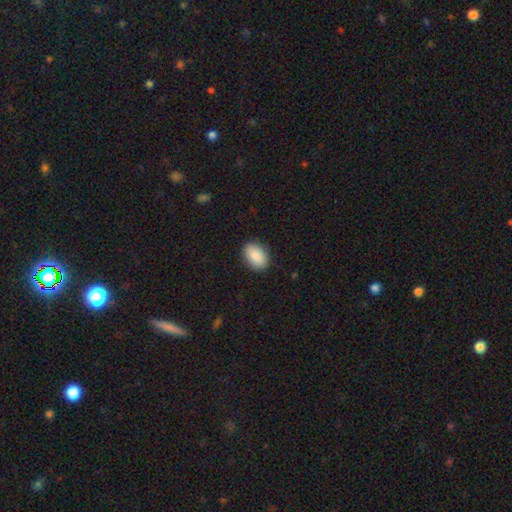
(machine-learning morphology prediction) smooth_or_featured: smooth (p=0.89) [alt: star or artifact p=0.06]
how_rounded: in between (p=0.88) [alt: round p=0.11]
merging: none (p=0.89) [alt: minor disturbance p=0.08]